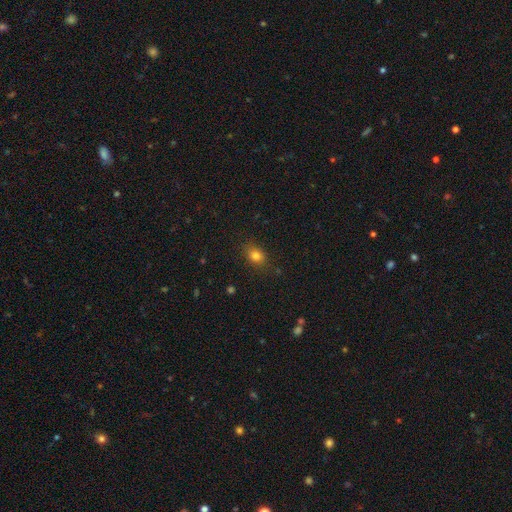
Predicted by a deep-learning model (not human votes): Overall: smooth (81%). How rounded: in between (62%; round 36%). Merging: none (82%).